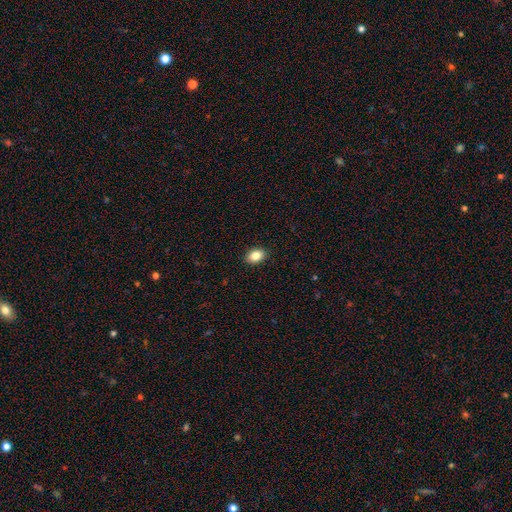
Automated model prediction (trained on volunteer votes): A smooth galaxy with no disk features (85%) that is in between round and cigar-shaped (75%).

Vote fractions:
- Smooth or featured? smooth: 85% / star or artifact: 9% / featured or disk: 6%
- How rounded? in between: 75% / round: 24% / cigar-shaped: 1%
- Merging? none: 90% / minor disturbance: 7% / major disturbance: 2% / merger: 1%